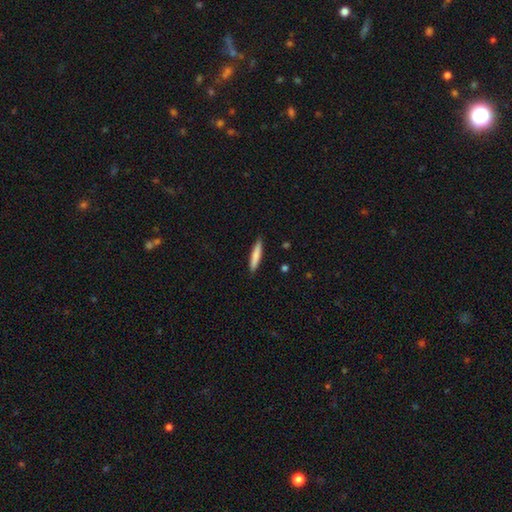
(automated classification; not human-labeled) smooth_or_featured: smooth (p=0.80) [alt: featured or disk p=0.15]
how_rounded: cigar-shaped (p=0.89) [alt: in between p=0.10]
merging: none (p=0.89) [alt: minor disturbance p=0.08]